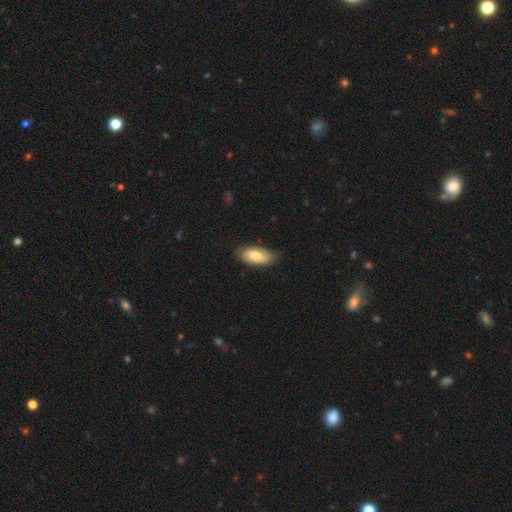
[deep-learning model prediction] A smooth galaxy with no disk features (79%) that is in between round and cigar-shaped (90%). Merging: none (79%).